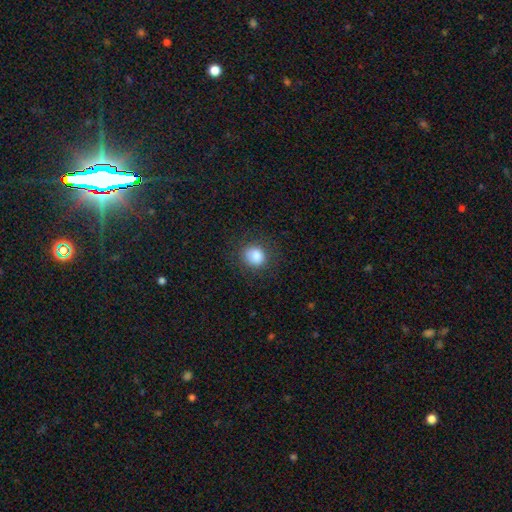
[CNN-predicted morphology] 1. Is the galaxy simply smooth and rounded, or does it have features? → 85% smooth, 10% star or artifact, 5% featured or disk.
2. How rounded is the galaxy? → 78% round, 21% in between, 1% cigar-shaped.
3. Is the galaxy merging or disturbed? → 83% none, 11% minor disturbance, 5% major disturbance, 1% merger.